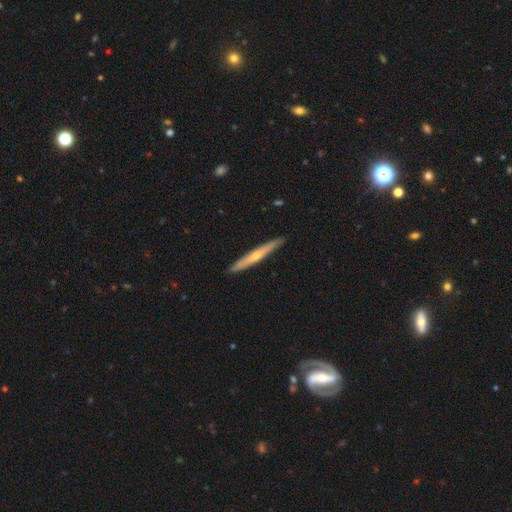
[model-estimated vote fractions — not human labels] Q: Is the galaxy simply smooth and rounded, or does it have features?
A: featured or disk — 59%.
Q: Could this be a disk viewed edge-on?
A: yes — 95%.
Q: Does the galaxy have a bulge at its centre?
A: rounded — 69%.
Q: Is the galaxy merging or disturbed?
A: none — 90%.